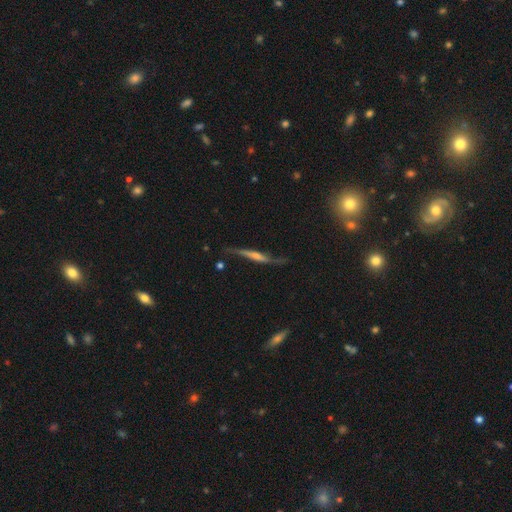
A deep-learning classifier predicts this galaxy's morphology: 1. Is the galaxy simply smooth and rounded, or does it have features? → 73% featured or disk, 18% smooth, 9% star or artifact.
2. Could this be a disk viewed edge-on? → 86% yes, 14% no.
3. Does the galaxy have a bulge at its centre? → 54% rounded, 26% none, 19% boxy.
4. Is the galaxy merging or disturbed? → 68% none, 22% minor disturbance, 8% major disturbance, 3% merger.